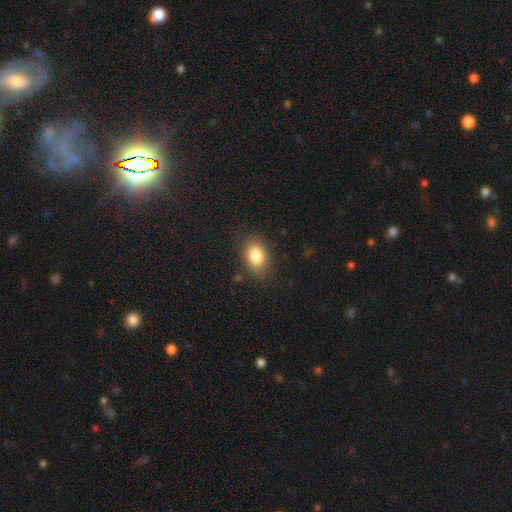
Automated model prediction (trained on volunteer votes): Smooth or featured? smooth (84%)
How rounded? in between (84%)
Merging? none (82%)